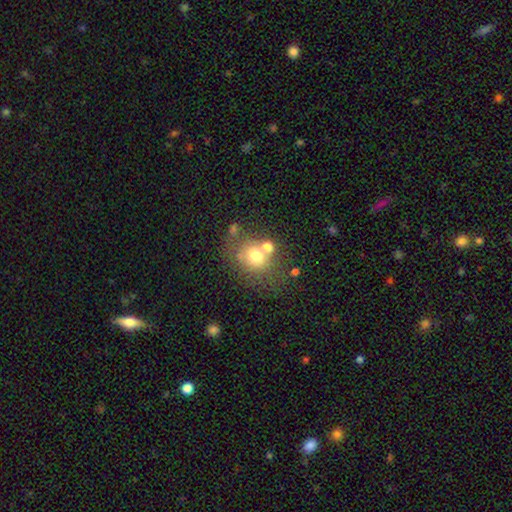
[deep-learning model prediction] Smooth or featured? Predicted: smooth (p=0.68). How rounded? Predicted: round (p=0.72). Merging? Predicted: none (p=0.49).